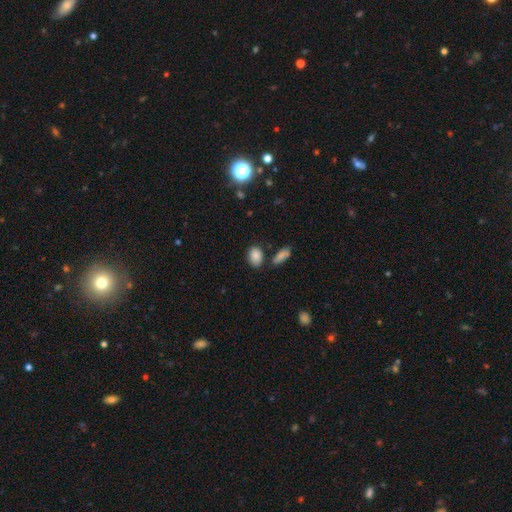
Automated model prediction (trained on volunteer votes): Smooth or featured?
  - smooth: 87% *
  - star or artifact: 8%
  - featured or disk: 5%
How rounded?
  - in between: 81% *
  - round: 18%
  - cigar-shaped: 2%
Merging?
  - none: 72% *
  - minor disturbance: 14%
  - merger: 10%
  - major disturbance: 4%